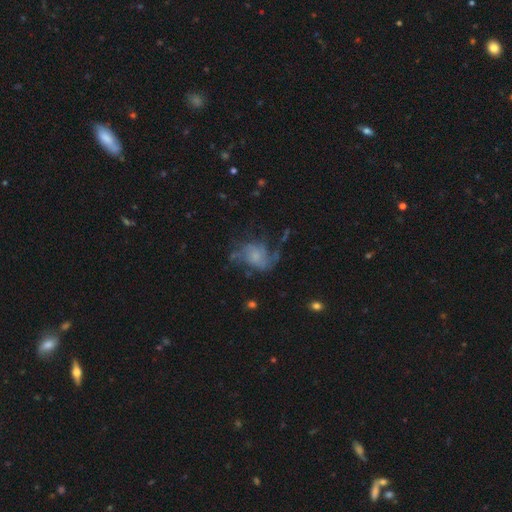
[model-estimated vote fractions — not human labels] This appears to be a featured or disk galaxy (64%) with no bar (72%), spiral arms (79%) and a small central bulge (35%). Merging: none (44%).